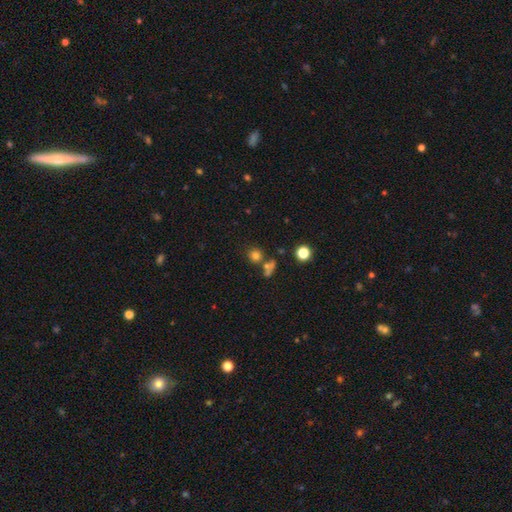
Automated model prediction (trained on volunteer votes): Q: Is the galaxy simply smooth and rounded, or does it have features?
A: smooth — 73%.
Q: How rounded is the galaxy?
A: round — 89%.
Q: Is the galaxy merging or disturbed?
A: none — 64%.